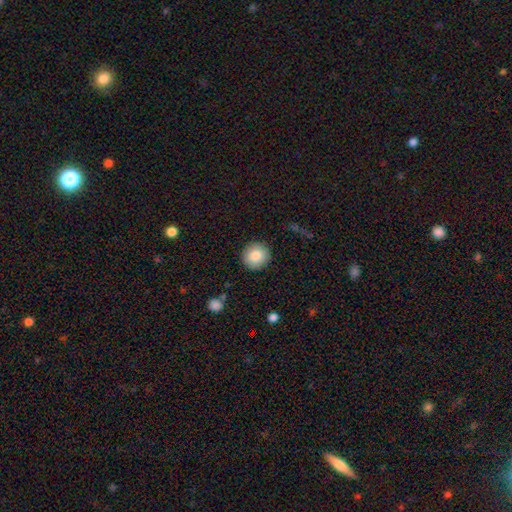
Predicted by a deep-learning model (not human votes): Morphology: type=smooth (85%); roundness=round (92%); merging=none (91%).